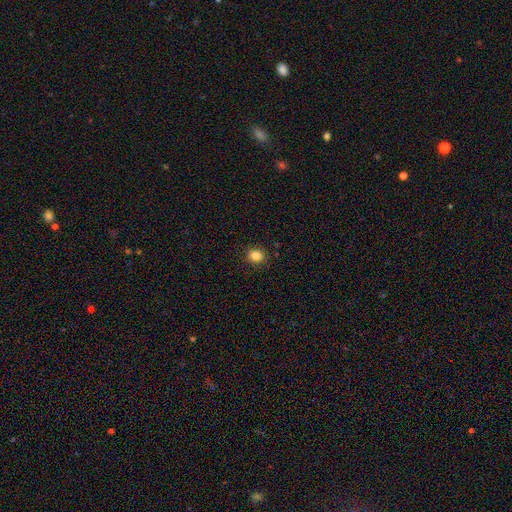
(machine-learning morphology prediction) smooth 84%, star or artifact 11%, featured or disk 5%. Down the decision tree: how rounded — round (76%); merging — none (89%).